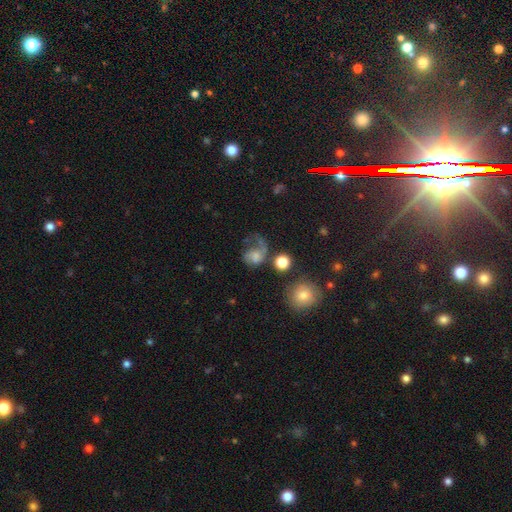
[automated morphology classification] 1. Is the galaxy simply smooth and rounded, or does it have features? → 44% smooth (tied), 44% featured or disk (tied), 12% star or artifact.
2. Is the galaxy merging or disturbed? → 47% major disturbance, 27% none, 17% minor disturbance, 9% merger.